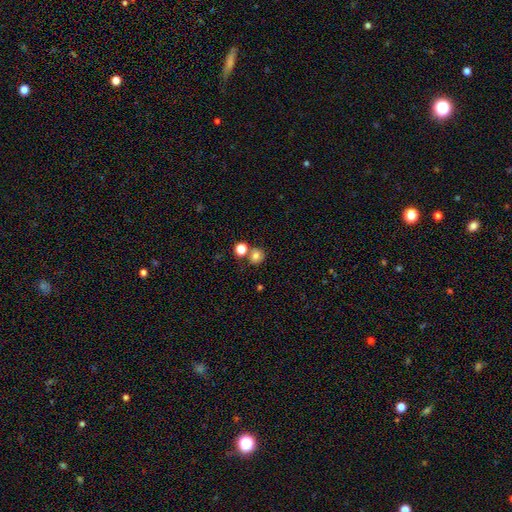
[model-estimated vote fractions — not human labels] A smooth galaxy with no disk features (77%) that is round (82%). Merging: none (62%).